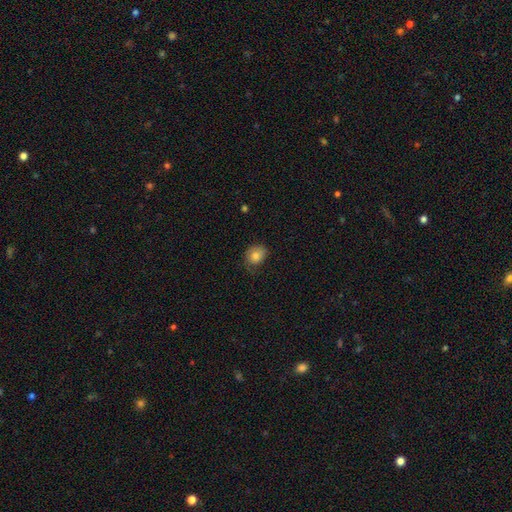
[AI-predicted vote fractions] smooth 78%, featured or disk 14%, star or artifact 9%. Down the decision tree: how rounded — round (56%); merging — none (62%).